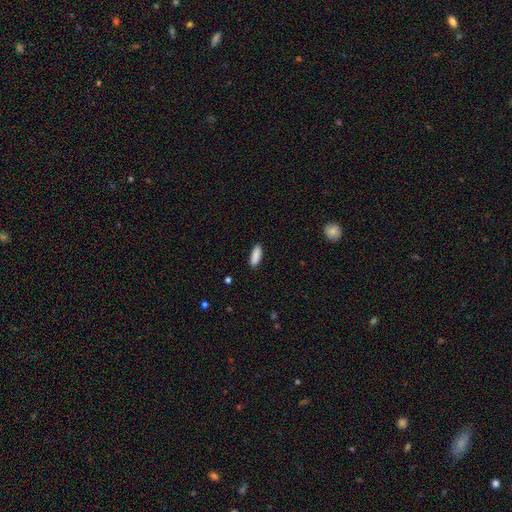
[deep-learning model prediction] A smooth galaxy with no disk features (89%) that is in between round and cigar-shaped (63%).

Vote fractions:
- Smooth or featured? smooth: 89% / star or artifact: 6% / featured or disk: 5%
- How rounded? in between: 63% / cigar-shaped: 35% / round: 2%
- Merging? none: 88% / minor disturbance: 9% / major disturbance: 2% / merger: 1%